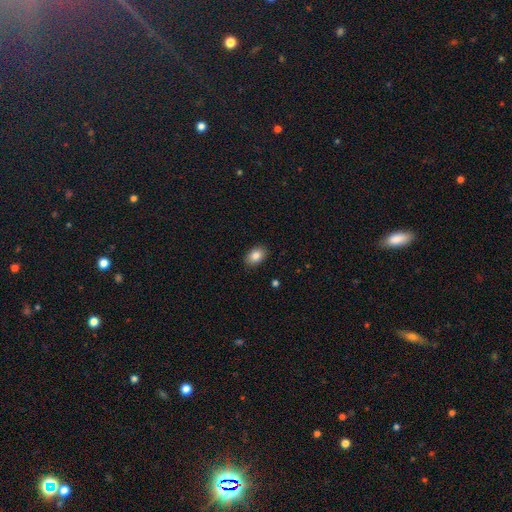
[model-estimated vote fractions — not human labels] Smooth or featured? Predicted: smooth (p=0.85). How rounded? Predicted: in between (p=0.83). Merging? Predicted: none (p=0.89).